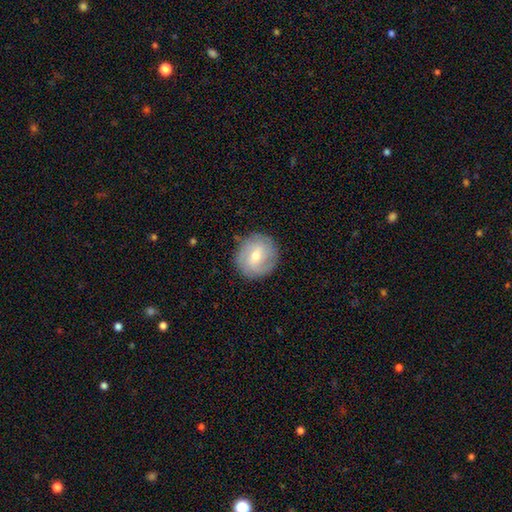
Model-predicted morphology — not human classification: smooth_or_featured: featured or disk (p=0.50) [alt: smooth p=0.43]
merging: none (p=0.85) [alt: minor disturbance p=0.11]